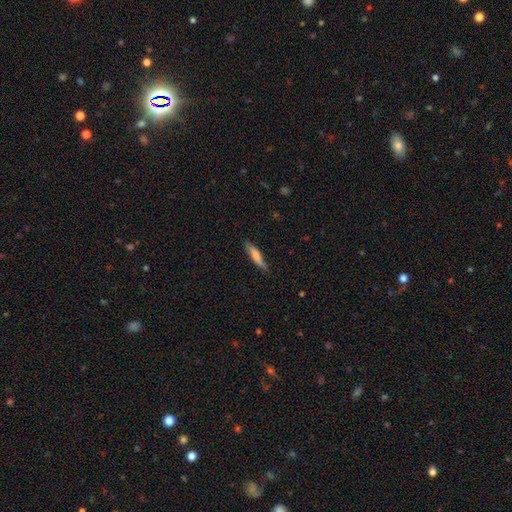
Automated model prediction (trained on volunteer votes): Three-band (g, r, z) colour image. It shows a smooth galaxy with no disk features (58%) that is cigar-shaped (84%). Merging: none (81%).